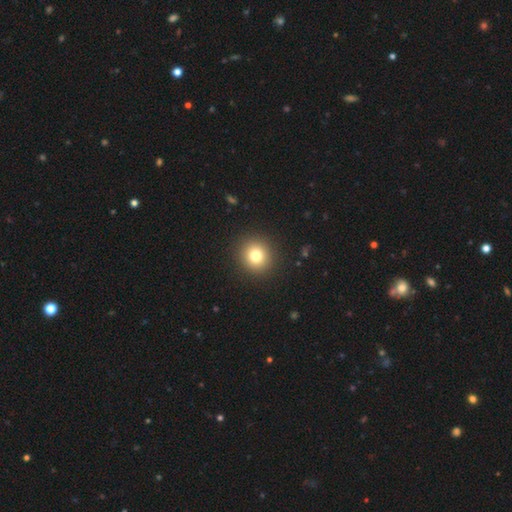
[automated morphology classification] Smooth or featured? smooth (79%)
How rounded? round (91%)
Merging? none (92%)